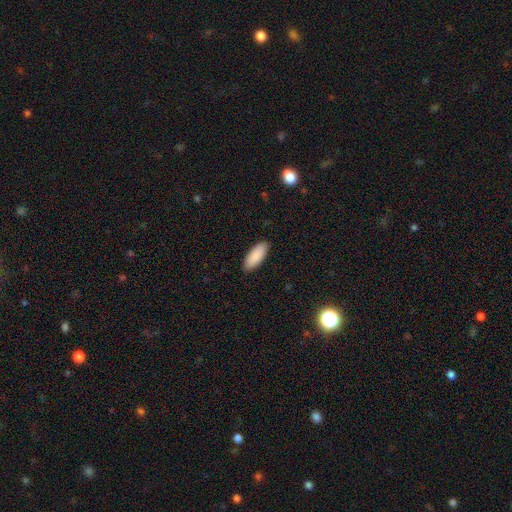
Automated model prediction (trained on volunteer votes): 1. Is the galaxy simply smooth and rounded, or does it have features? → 90% smooth, 6% star or artifact, 5% featured or disk.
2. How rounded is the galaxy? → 80% in between, 18% cigar-shaped, 2% round.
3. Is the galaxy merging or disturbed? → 89% none, 8% minor disturbance, 2% major disturbance, 1% merger.